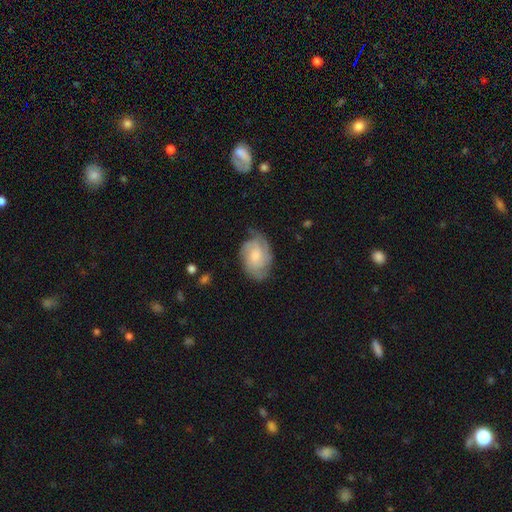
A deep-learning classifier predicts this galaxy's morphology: This is likely a featured or disk galaxy (66%). It is clearly not viewed edge-on (97%). Bar: likely no (66%). Spiral arm pattern: clearly yes (91%). Spiral arm count: marginally can't tell (31%). Spiral winding: possibly tight (50%). Central bulge: possibly moderate (49%). Merging: likely none (63%).